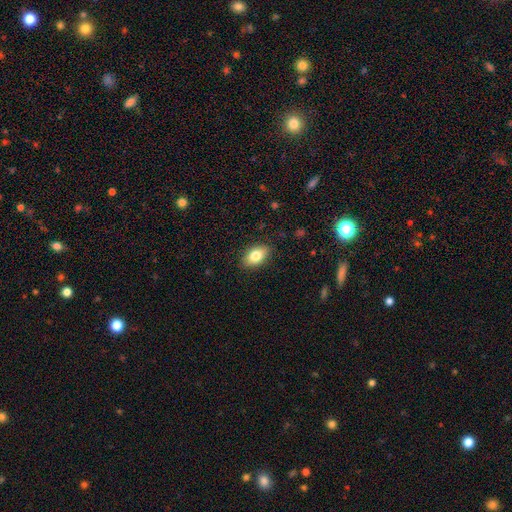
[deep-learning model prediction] Morphology: type=smooth (80%); roundness=in between (88%); merging=none (86%).